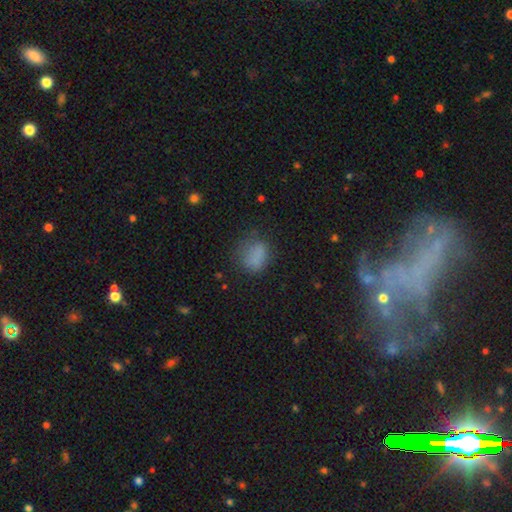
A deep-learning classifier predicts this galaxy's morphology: Smooth or featured? Predicted: smooth (p=0.78). How rounded? Predicted: in between (p=0.51). Merging? Predicted: none (p=0.58).